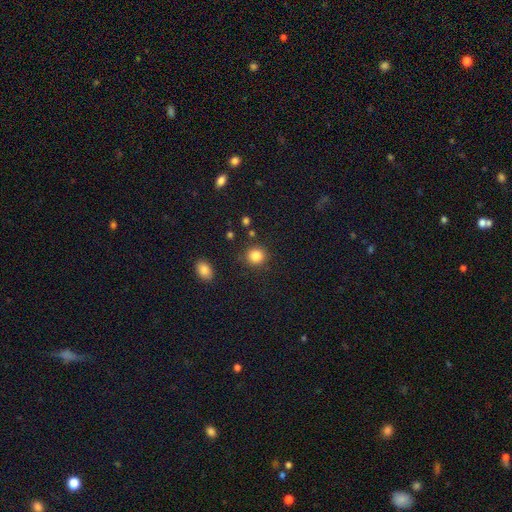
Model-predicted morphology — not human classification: Smooth or featured? smooth (86%)
How rounded? round (87%)
Merging? none (87%)